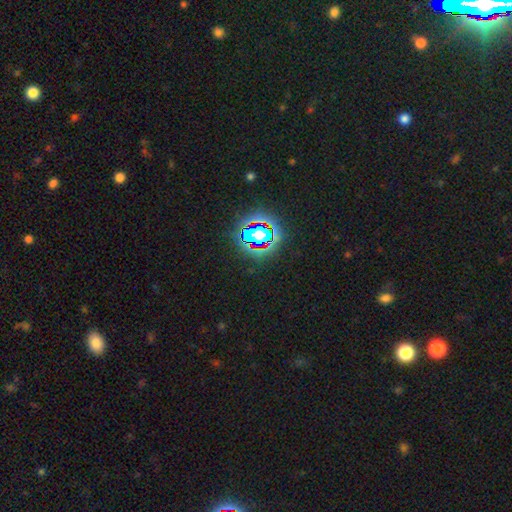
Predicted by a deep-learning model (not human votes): Morphology: type=star or artifact (80%).